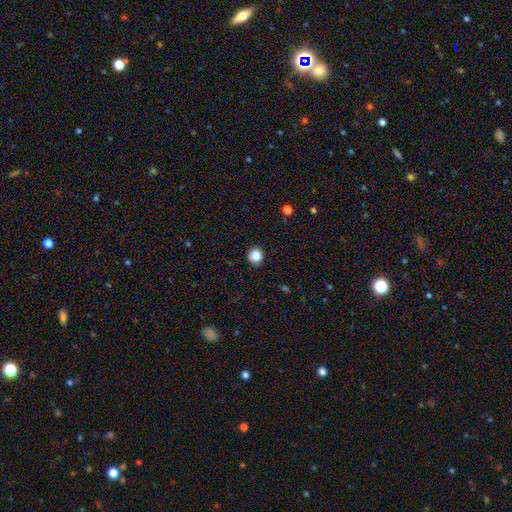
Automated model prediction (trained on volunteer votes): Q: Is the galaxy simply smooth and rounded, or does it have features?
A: smooth — 85%.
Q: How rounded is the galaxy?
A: round — 92%.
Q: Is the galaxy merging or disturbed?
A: none — 91%.